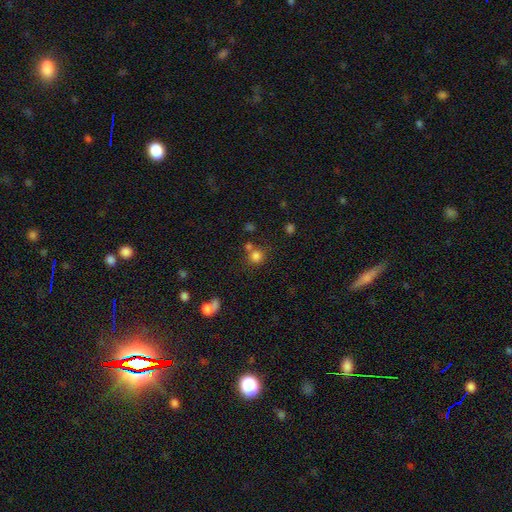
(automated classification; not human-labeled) A smooth galaxy with no disk features (79%) that is round (85%). Merging: none (60%).